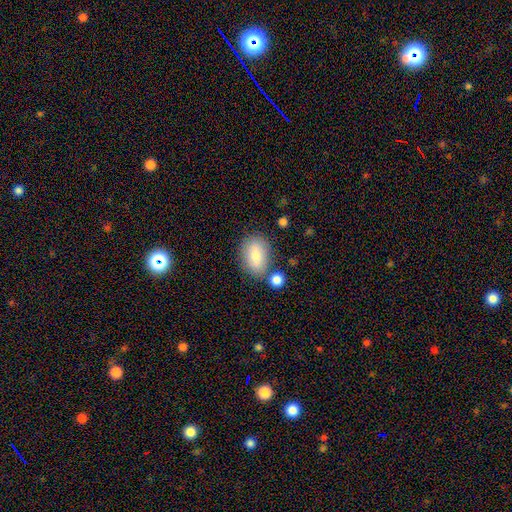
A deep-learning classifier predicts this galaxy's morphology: This appears to be a smooth galaxy with no disk features (78%) that is in between round and cigar-shaped (84%). Merging: none (72%).